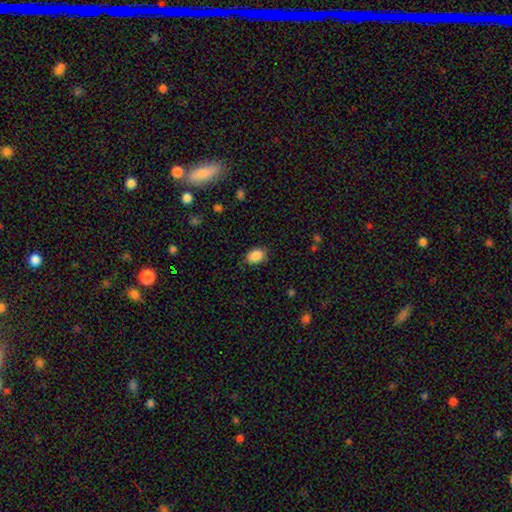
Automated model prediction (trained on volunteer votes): This appears to be a smooth galaxy with no disk features (89%) that is in between round and cigar-shaped (80%). Merging: none (83%).